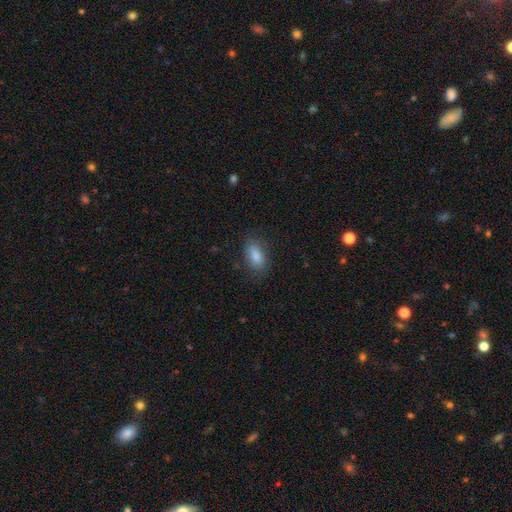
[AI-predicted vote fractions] Morphology: type=smooth (81%); roundness=in between (89%); merging=none (82%).